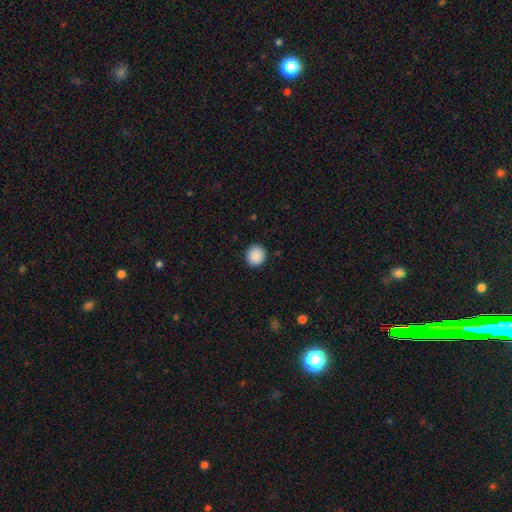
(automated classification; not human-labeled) smooth-or-featured: smooth: 90% | star or artifact: 8% | featured or disk: 2%
  how-rounded: round: 91% | in between: 8% | cigar-shaped: 1%
  merging: none: 92% | minor disturbance: 6% | major disturbance: 2% | merger: 1%